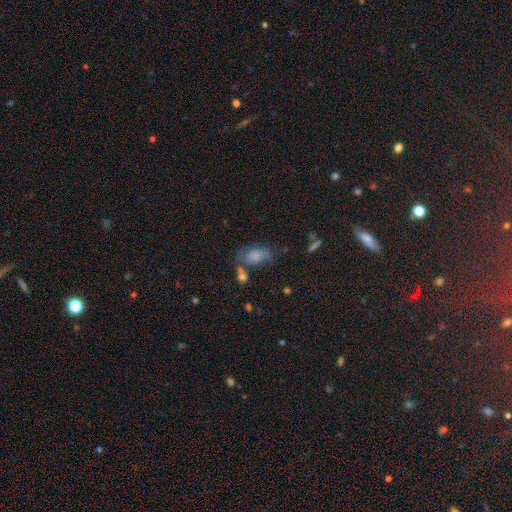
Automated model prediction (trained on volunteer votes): This is likely a smooth galaxy (73%). How rounded: clearly in between (90%). Merging: marginally none (45%).